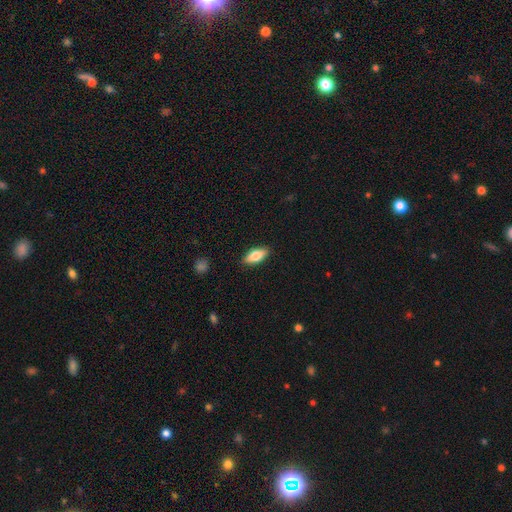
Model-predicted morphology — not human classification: A smooth galaxy with no disk features (76%) that is in between round and cigar-shaped (82%).

Vote fractions:
- Smooth or featured? smooth: 76% / featured or disk: 18% / star or artifact: 6%
- How rounded? in between: 82% / cigar-shaped: 15% / round: 3%
- Merging? none: 88% / minor disturbance: 9% / major disturbance: 2% / merger: 1%